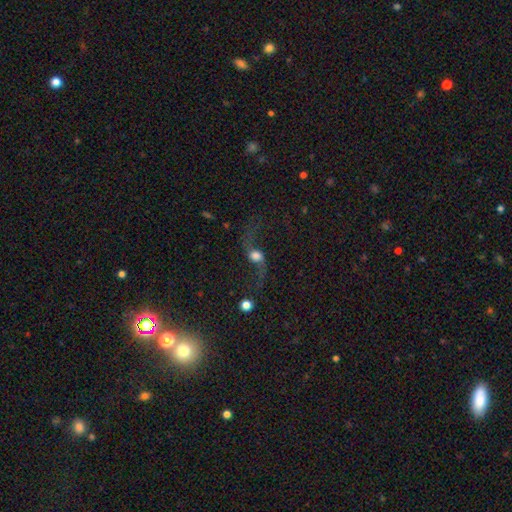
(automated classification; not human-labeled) smooth-or-featured: featured or disk: 70% | smooth: 19% | star or artifact: 10%
  disk-edge-on: no: 90% | yes: 10%
    bar: no: 60% | weak: 30% | strong: 10%
    has-spiral-arms: yes: 90% | no: 10%
      spiral-winding: loose: 95% | medium: 4% | tight: 1%
      spiral-arm-count: 2: 93% | 1: 3% | can't tell: 1% | 3: 1% | 4: 1% | more than 4: 1%
    bulge-size: large: 39% | moderate: 31% | dominant: 14% | small: 11% | none: 5%
  merging: none: 58% | major disturbance: 23% | minor disturbance: 15% | merger: 5%